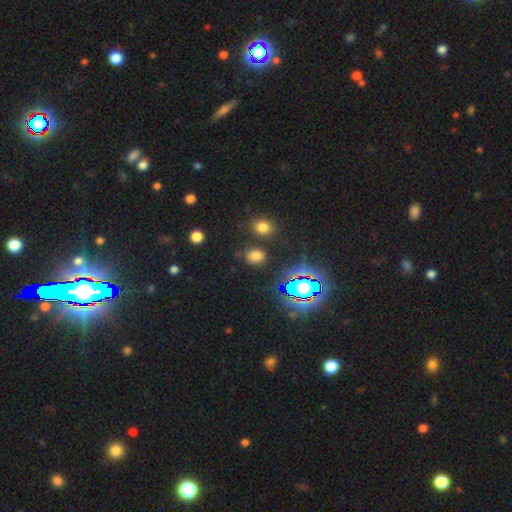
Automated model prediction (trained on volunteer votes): Smooth or featured: smooth — 69% (star or artifact — 25%)
How rounded: round — 52% (in between — 47%)
Merging: none — 80% (minor disturbance — 11%)